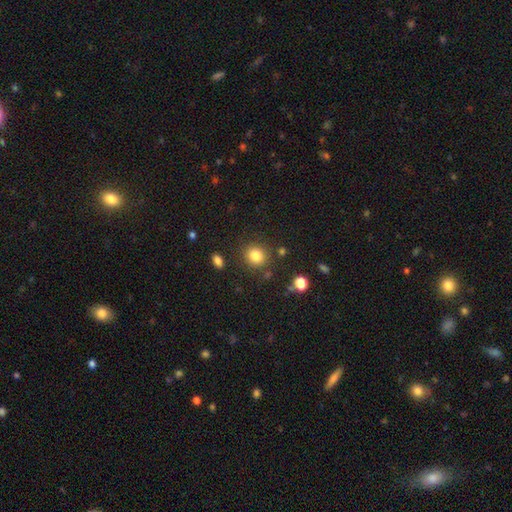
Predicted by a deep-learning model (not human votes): This is clearly a smooth galaxy (83%). How rounded: likely round (80%). Merging: clearly none (84%).